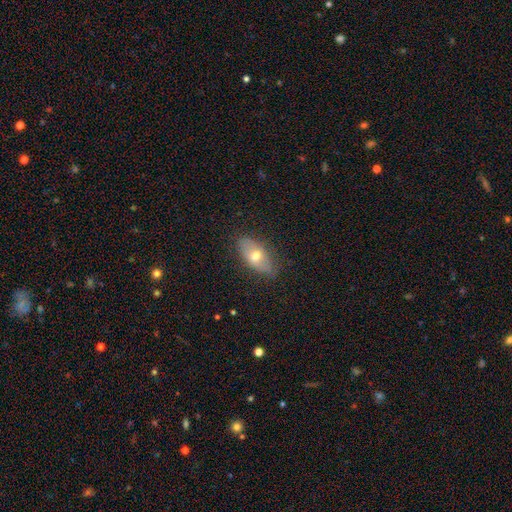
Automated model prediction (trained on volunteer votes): smooth 56%, featured or disk 37%, star or artifact 8%. Down the decision tree: how rounded — in between (86%); merging — none (79%).